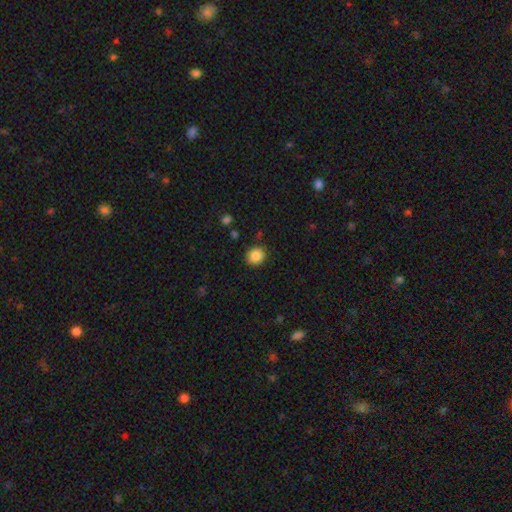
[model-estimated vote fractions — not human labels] A smooth galaxy with no disk features (87%) that is round (84%). Merging: none (88%).